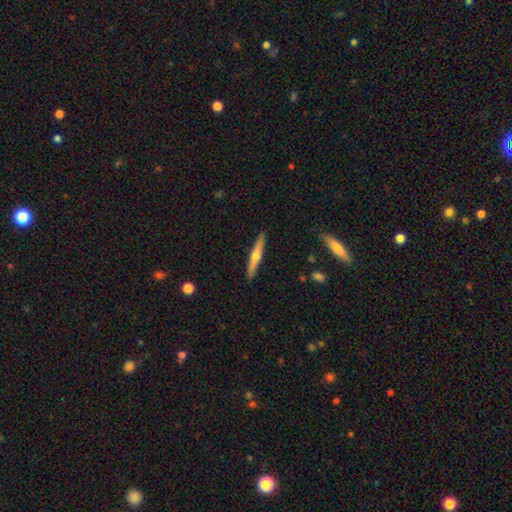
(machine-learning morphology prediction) This appears to be a featured or disk galaxy (56%) viewed edge-on (95%) with a rounded central bulge (86%). Merging: none (90%).